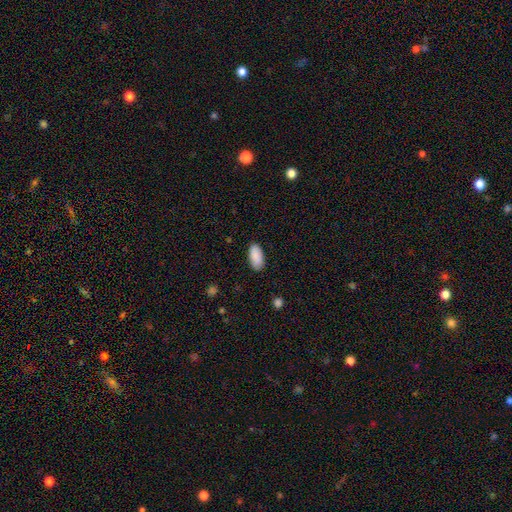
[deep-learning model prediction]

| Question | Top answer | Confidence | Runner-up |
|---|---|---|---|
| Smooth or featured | smooth | 90% | star or artifact (6%) |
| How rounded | in between | 92% | cigar-shaped (6%) |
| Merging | none | 88% | minor disturbance (9%) |